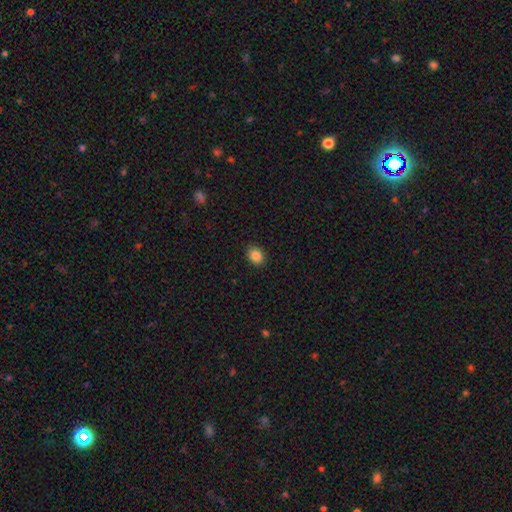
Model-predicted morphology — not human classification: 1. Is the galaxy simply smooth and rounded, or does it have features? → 87% smooth, 10% star or artifact, 4% featured or disk.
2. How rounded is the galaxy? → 55% in between, 44% round, 1% cigar-shaped.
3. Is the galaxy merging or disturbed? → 90% none, 7% minor disturbance, 2% major disturbance, 1% merger.